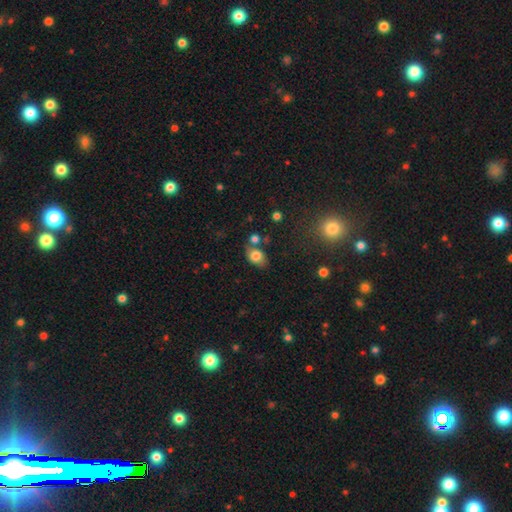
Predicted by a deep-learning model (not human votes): Smooth or featured: smooth — 80% (featured or disk — 11%)
How rounded: in between — 76% (round — 23%)
Merging: none — 66% (minor disturbance — 17%)